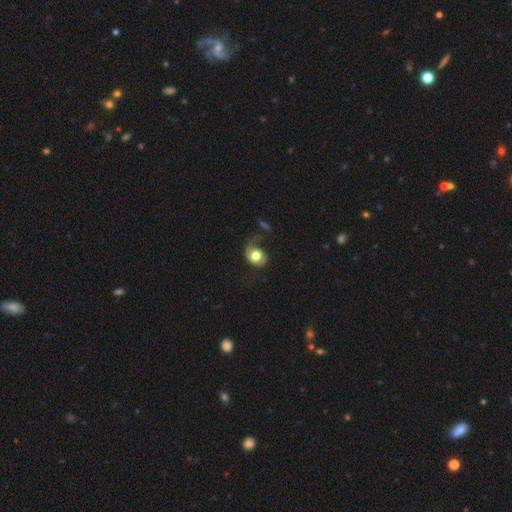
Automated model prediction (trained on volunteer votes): The model was most divided on "merging": major disturbance: 45%, none: 29%, minor disturbance: 22%, merger: 4%. More confident: how rounded — round (60%); smooth or featured — smooth (58%).